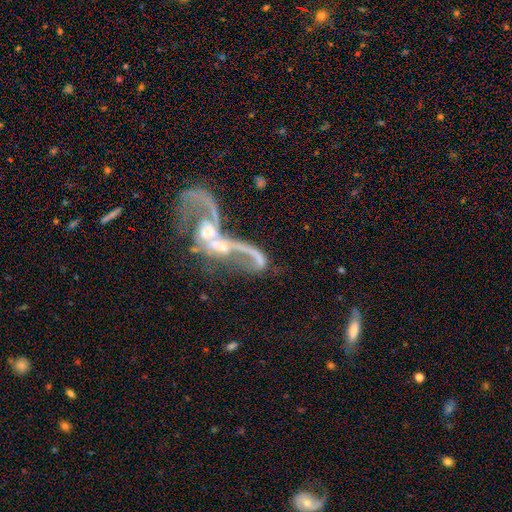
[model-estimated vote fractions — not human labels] Q: Smooth or featured?
A: featured or disk (67%); runner-up: smooth (20%)
Q: Edge-on disk?
A: no (90%); runner-up: yes (10%)
Q: Bar?
A: no (66%); runner-up: weak (22%)
Q: Spiral arms?
A: yes (55%); runner-up: no (45%)
Q: Bulge size?
A: moderate (36%); runner-up: small (28%)
Q: Merging?
A: merger (68%); runner-up: major disturbance (18%)